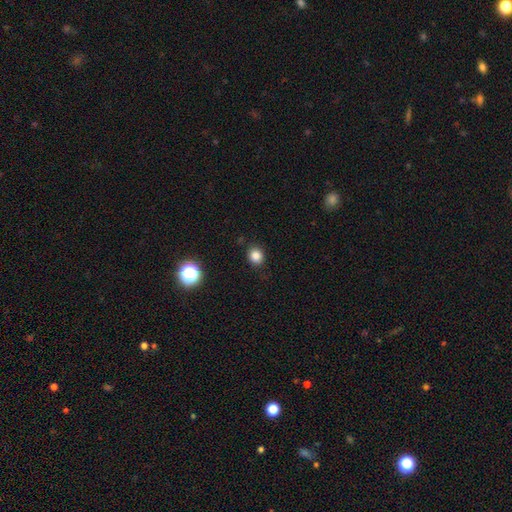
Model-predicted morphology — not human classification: Smooth or featured: smooth — 82% (star or artifact — 13%)
How rounded: round — 69% (in between — 30%)
Merging: none — 88% (minor disturbance — 9%)